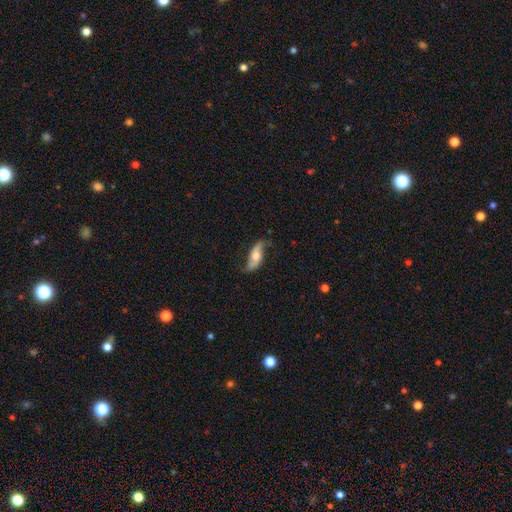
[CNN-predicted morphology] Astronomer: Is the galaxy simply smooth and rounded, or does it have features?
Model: featured or disk — 69%.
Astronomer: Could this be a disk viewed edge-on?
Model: no — 83%.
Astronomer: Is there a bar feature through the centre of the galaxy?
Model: no — 61%.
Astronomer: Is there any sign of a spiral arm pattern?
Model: yes — 89%.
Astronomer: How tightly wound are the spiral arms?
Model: loose — 83%.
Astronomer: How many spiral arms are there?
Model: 2 — 91%.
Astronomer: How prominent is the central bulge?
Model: moderate — 63%.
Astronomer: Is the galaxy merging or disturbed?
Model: none — 73%.